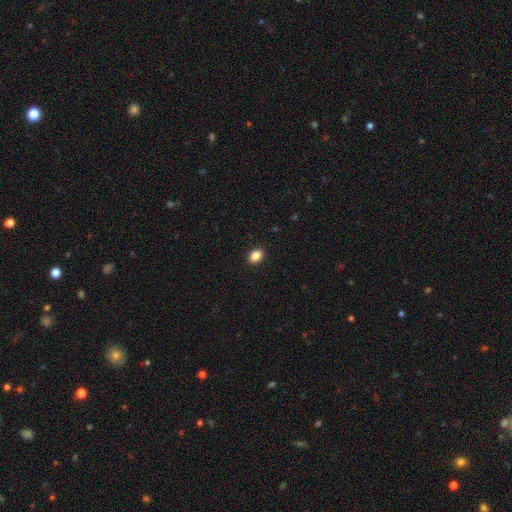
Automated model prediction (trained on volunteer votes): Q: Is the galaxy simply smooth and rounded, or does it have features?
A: smooth — 87%.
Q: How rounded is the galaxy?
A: in between — 80%.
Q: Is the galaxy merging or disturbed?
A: none — 91%.